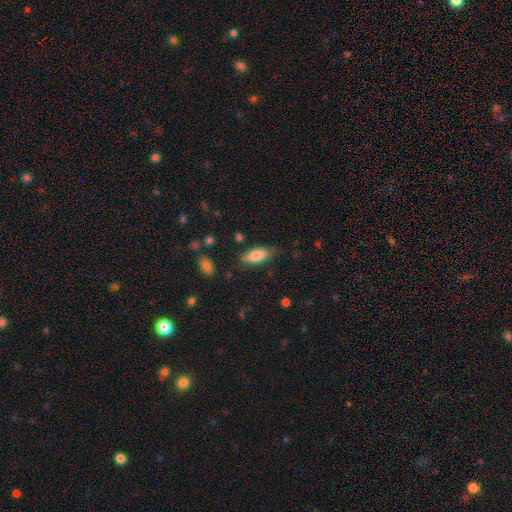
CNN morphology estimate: A smooth galaxy with no disk features (80%) that is in between round and cigar-shaped (87%).

Vote fractions:
- Smooth or featured? smooth: 80% / featured or disk: 14% / star or artifact: 7%
- How rounded? in between: 87% / cigar-shaped: 11% / round: 2%
- Merging? none: 68% / minor disturbance: 24% / major disturbance: 6% / merger: 2%